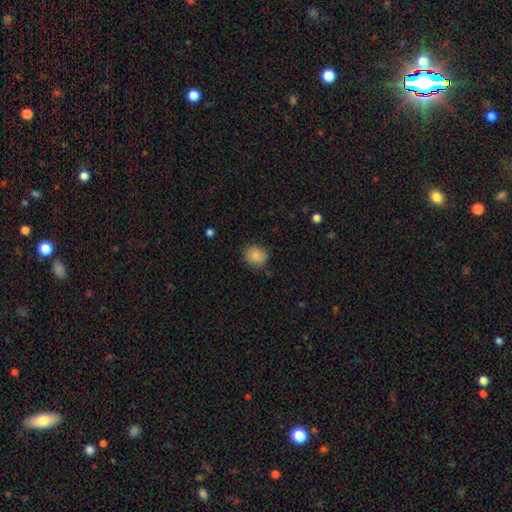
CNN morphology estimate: This is clearly a smooth galaxy (86%). How rounded: likely round (72%). Merging: clearly none (81%).